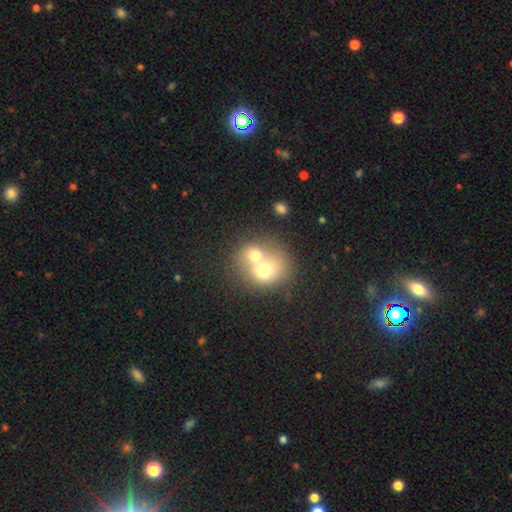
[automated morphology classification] smooth 65%, featured or disk 24%, star or artifact 11%. Down the decision tree: how rounded — round (68%); merging — merger (72%).